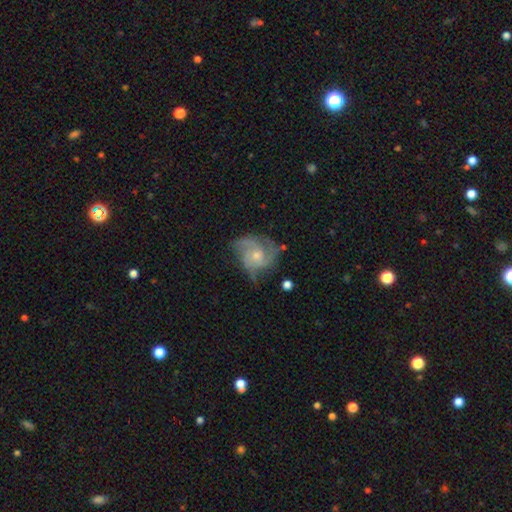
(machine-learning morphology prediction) smooth_or_featured: featured or disk (p=0.81) [alt: smooth p=0.13]
disk_edge_on: no (p=0.98) [alt: yes p=0.02]
bar: no (p=0.76) [alt: weak p=0.21]
has_spiral_arms: yes (p=0.95) [alt: no p=0.05]
spiral_winding: medium (p=0.50) [alt: tight p=0.35]
spiral_arm_count: 3 (p=0.46) [alt: 2 p=0.28]
bulge_size: small (p=0.54) [alt: moderate p=0.41]
merging: none (p=0.56) [alt: minor disturbance p=0.26]